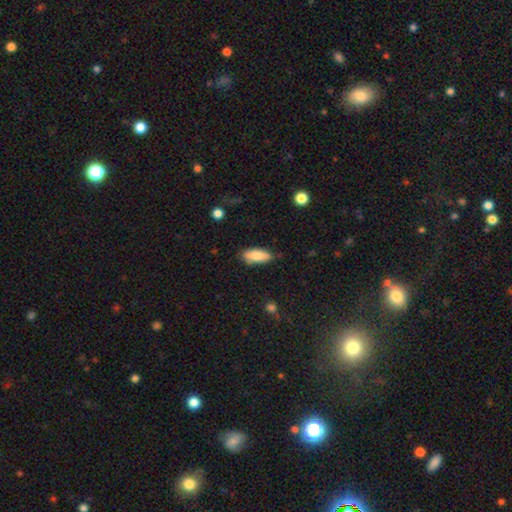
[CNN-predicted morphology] smooth 80%, featured or disk 14%, star or artifact 6%. Down the decision tree: how rounded — in between (82%); merging — none (74%).